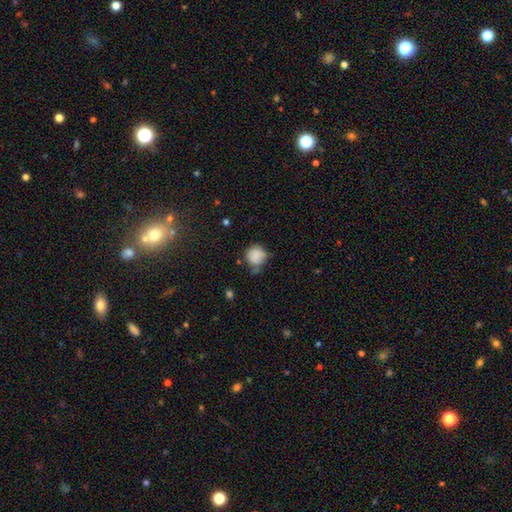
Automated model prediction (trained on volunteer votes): Smooth or featured? Predicted: smooth (p=0.84). How rounded? Predicted: round (p=0.87). Merging? Predicted: none (p=0.55).